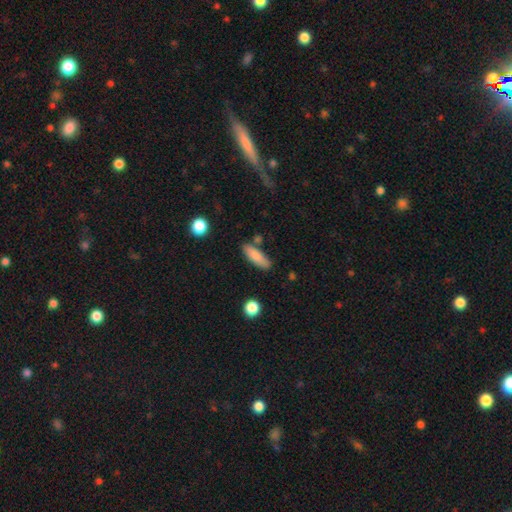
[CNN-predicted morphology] Smooth or featured?
  - smooth: 83% *
  - featured or disk: 10%
  - star or artifact: 6%
How rounded?
  - in between: 52% *
  - cigar-shaped: 46%
  - round: 2%
Merging?
  - none: 76% *
  - minor disturbance: 14%
  - merger: 6%
  - major disturbance: 3%